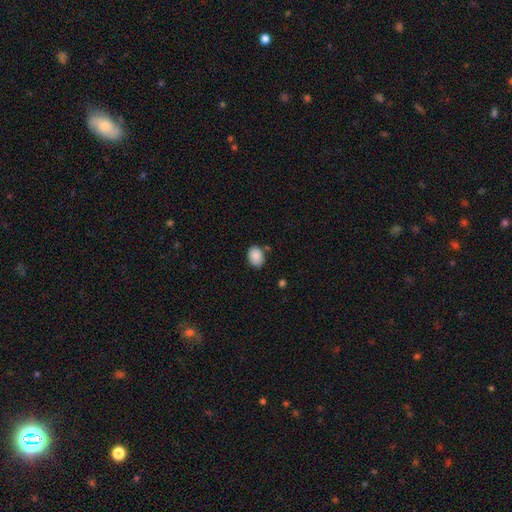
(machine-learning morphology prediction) Smooth or featured? smooth (89%)
How rounded? in between (69%)
Merging? none (79%)